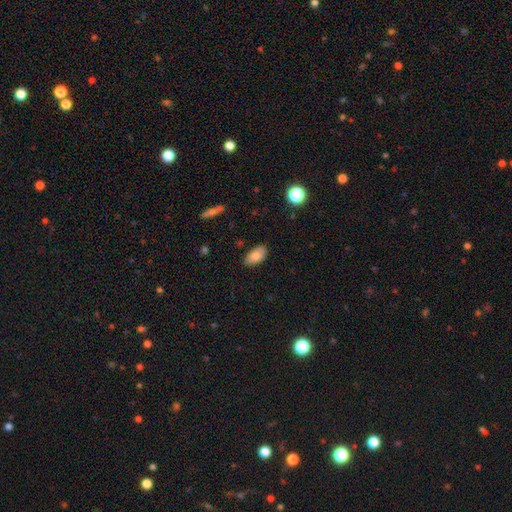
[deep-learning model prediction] This is clearly a smooth galaxy (82%). How rounded: clearly in between (94%). Merging: clearly none (81%).